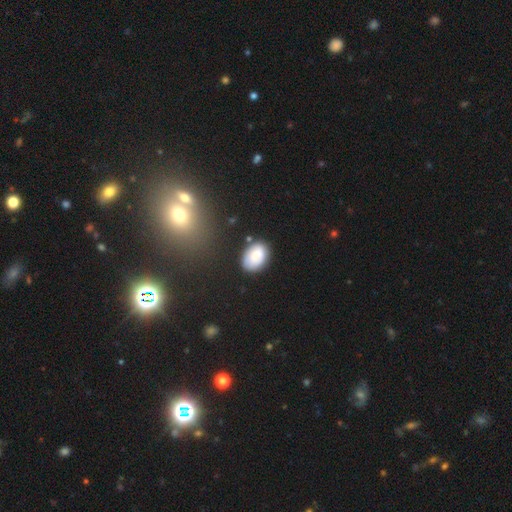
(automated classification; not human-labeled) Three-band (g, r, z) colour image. It shows a smooth galaxy with no disk features (77%) that is in between round and cigar-shaped (87%). Merging: none (74%).